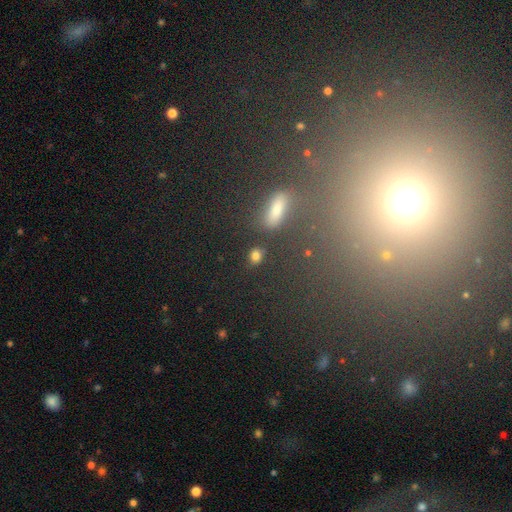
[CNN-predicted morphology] Q: Smooth or featured?
A: smooth (79%); runner-up: star or artifact (15%)
Q: How rounded?
A: in between (50%); runner-up: round (47%)
Q: Merging?
A: none (79%); runner-up: minor disturbance (11%)